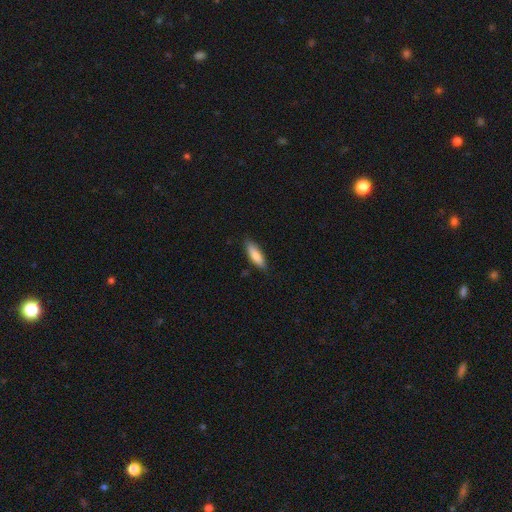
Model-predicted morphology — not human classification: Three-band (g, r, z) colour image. It shows a smooth galaxy with no disk features (83%) that is cigar-shaped (56%). Merging: none (85%).